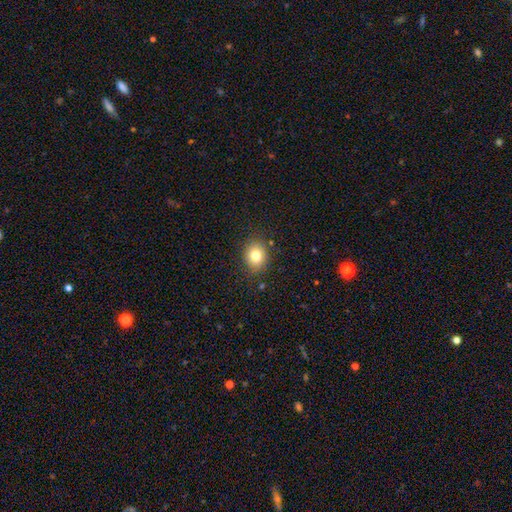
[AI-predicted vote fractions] The model was most divided on "how rounded": round: 63%, in between: 37%, cigar-shaped: 1%. More confident: merging — none (85%); smooth or featured — smooth (80%).